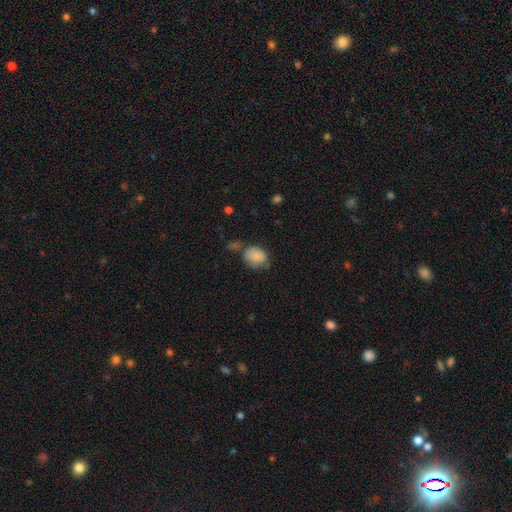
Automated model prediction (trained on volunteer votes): The model was most divided on "merging": none: 49%, minor disturbance: 27%, merger: 14%, major disturbance: 10%. More confident: smooth or featured — smooth (84%); how rounded — in between (65%).